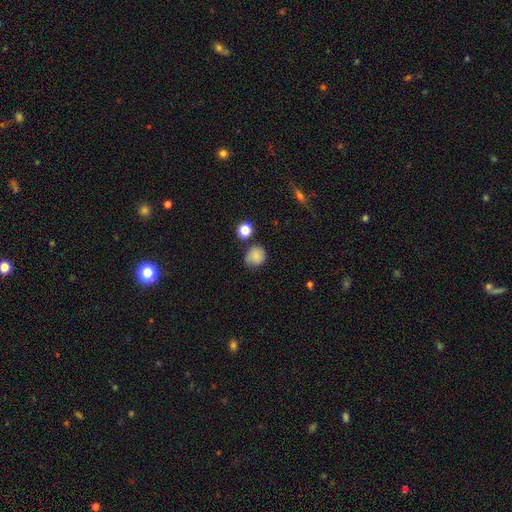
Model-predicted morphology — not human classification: A smooth galaxy with no disk features (81%) that is round (82%). Merging: none (68%).